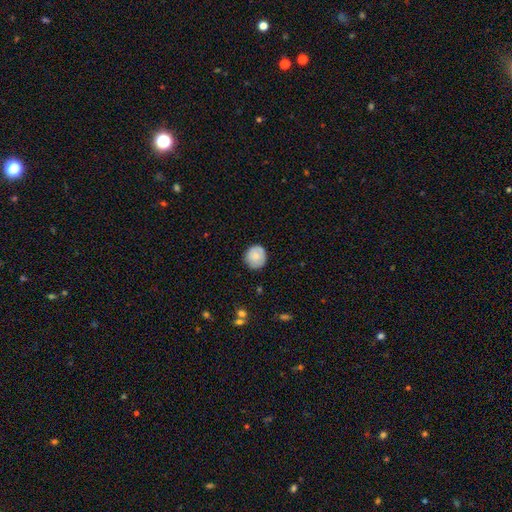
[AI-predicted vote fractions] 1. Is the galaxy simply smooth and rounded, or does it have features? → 77% smooth, 16% featured or disk, 7% star or artifact.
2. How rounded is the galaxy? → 86% round, 13% in between, 1% cigar-shaped.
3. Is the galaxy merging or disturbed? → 82% none, 14% minor disturbance, 2% major disturbance, 1% merger.